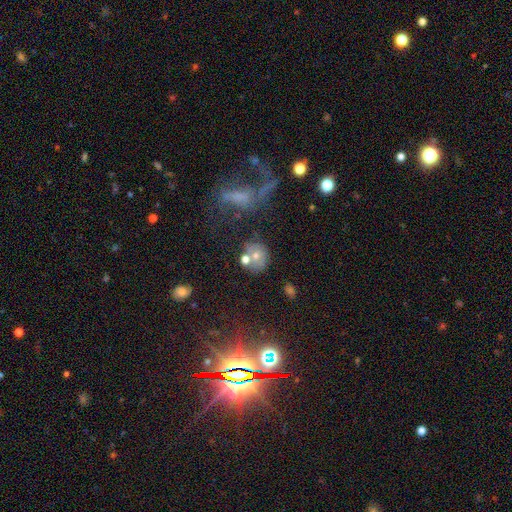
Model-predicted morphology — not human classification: A smooth galaxy with no disk features (50%). Merging: none (57%).